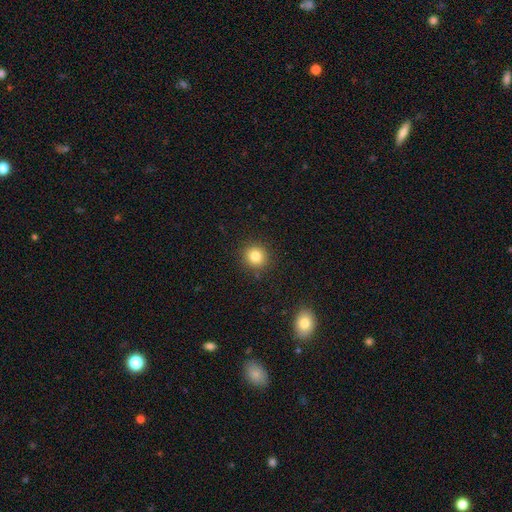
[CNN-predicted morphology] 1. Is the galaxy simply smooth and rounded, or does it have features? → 83% smooth, 11% star or artifact, 6% featured or disk.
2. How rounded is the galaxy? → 91% round, 8% in between, 1% cigar-shaped.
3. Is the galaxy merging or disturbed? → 90% none, 6% minor disturbance, 2% major disturbance, 1% merger.